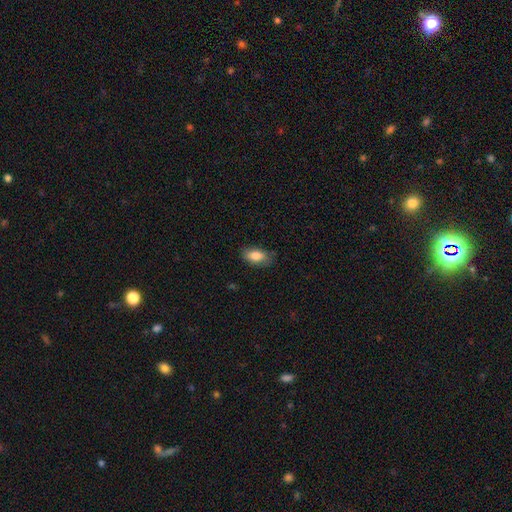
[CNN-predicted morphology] This is clearly a smooth galaxy (84%). How rounded: clearly in between (90%). Merging: likely none (78%).